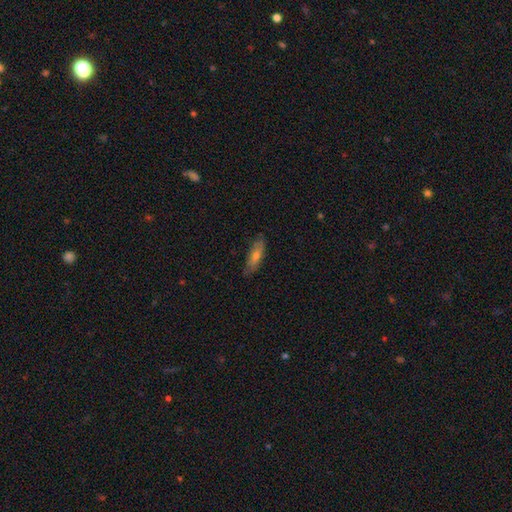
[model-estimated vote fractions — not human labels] smooth 59%, featured or disk 34%, star or artifact 7%. Down the decision tree: how rounded — cigar-shaped (55%); merging — none (82%).